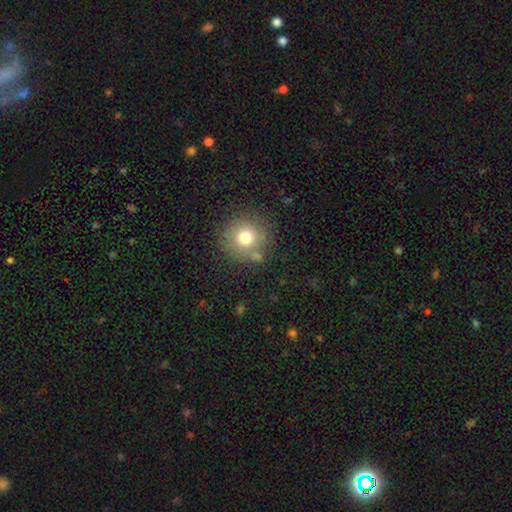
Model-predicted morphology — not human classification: smooth_or_featured: smooth (p=0.73) [alt: star or artifact p=0.13]
how_rounded: round (p=0.93) [alt: in between p=0.06]
merging: none (p=0.77) [alt: minor disturbance p=0.11]